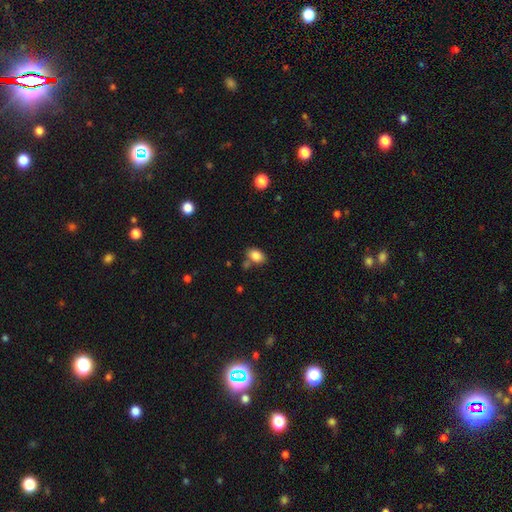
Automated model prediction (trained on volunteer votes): A smooth galaxy with no disk features (85%) that is in between round and cigar-shaped (83%). Merging: none (70%).